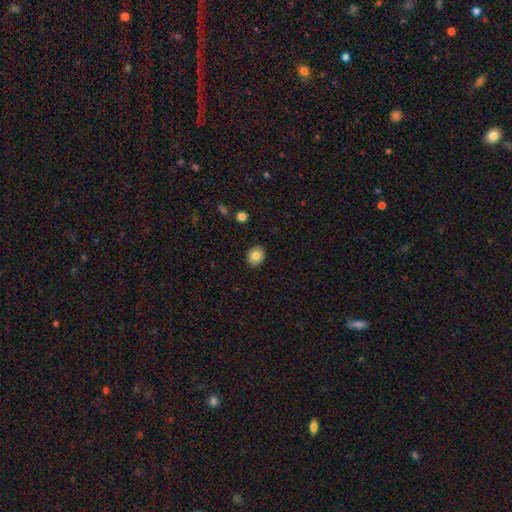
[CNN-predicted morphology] Overall: smooth (80%). How rounded: round (55%; in between 44%). Merging: none (90%).